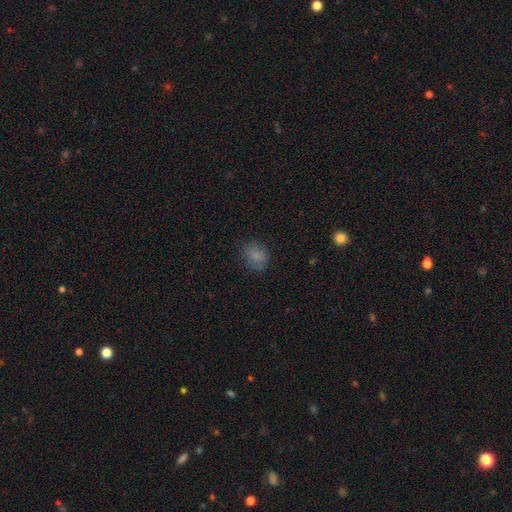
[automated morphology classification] Smooth or featured? Predicted: smooth (p=0.80). How rounded? Predicted: in between (p=0.52). Merging? Predicted: none (p=0.73).